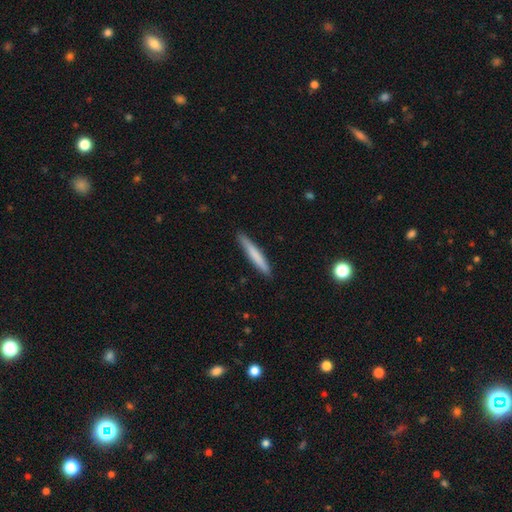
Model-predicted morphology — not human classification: Smooth or featured: smooth — 72% (featured or disk — 22%)
How rounded: cigar-shaped — 95% (in between — 4%)
Merging: none — 88% (minor disturbance — 9%)